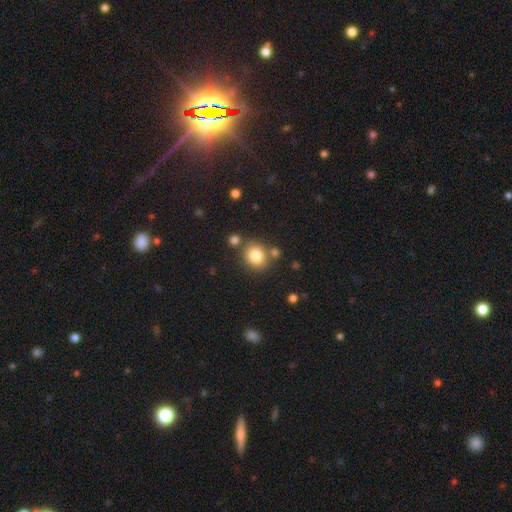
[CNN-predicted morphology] Smooth or featured?
  - smooth: 81% *
  - star or artifact: 11%
  - featured or disk: 8%
How rounded?
  - round: 73% *
  - in between: 26%
  - cigar-shaped: 1%
Merging?
  - none: 73% *
  - merger: 12%
  - minor disturbance: 11%
  - major disturbance: 3%